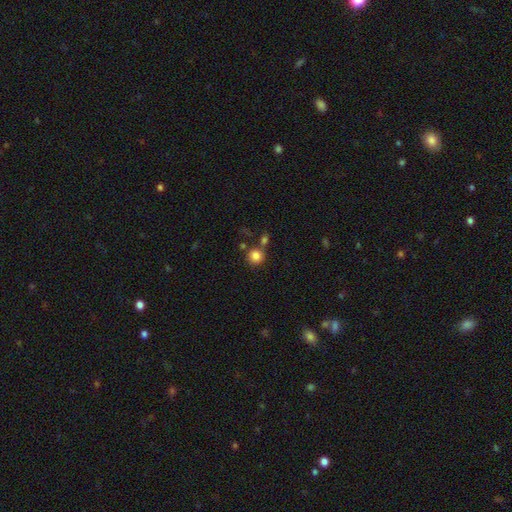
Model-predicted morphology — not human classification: smooth_or_featured: smooth (p=0.83) [alt: star or artifact p=0.11]
how_rounded: round (p=0.92) [alt: in between p=0.07]
merging: none (p=0.70) [alt: merger p=0.17]